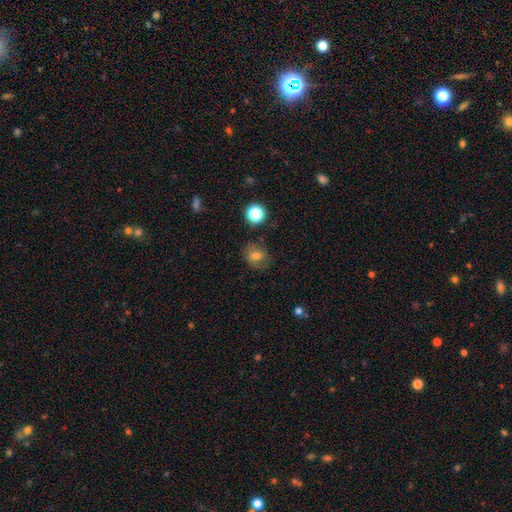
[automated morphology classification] type=smooth (64%); roundness=round (64%); merging=none (71%).